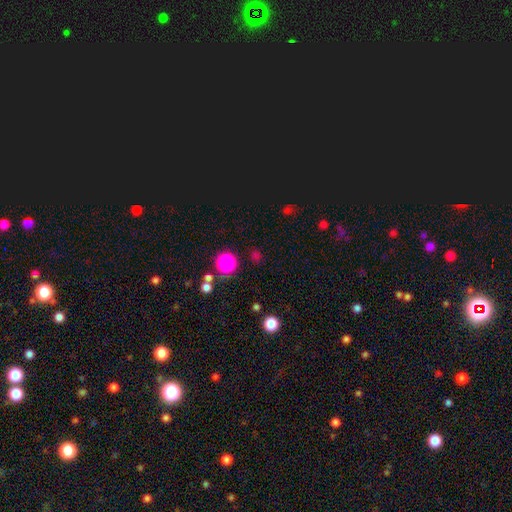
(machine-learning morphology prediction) A smooth galaxy with no disk features (56%) that is round (84%).

Vote fractions:
- Smooth or featured? smooth: 56% / star or artifact: 37% / featured or disk: 7%
- How rounded? round: 84% / in between: 14% / cigar-shaped: 2%
- Merging? none: 77% / minor disturbance: 10% / merger: 7% / major disturbance: 6%